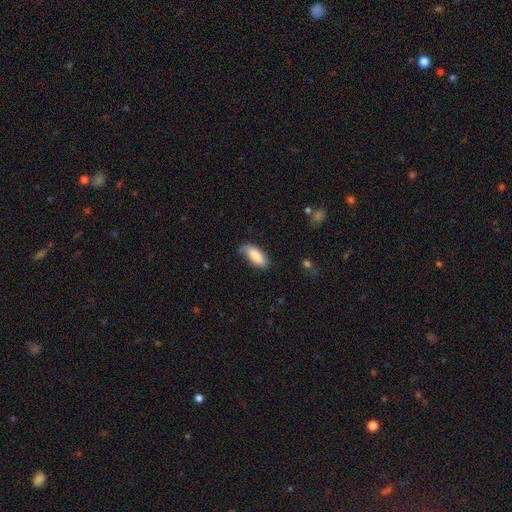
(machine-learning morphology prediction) Smooth or featured: smooth — 84% (featured or disk — 10%)
How rounded: in between — 83% (cigar-shaped — 15%)
Merging: none — 70% (minor disturbance — 24%)